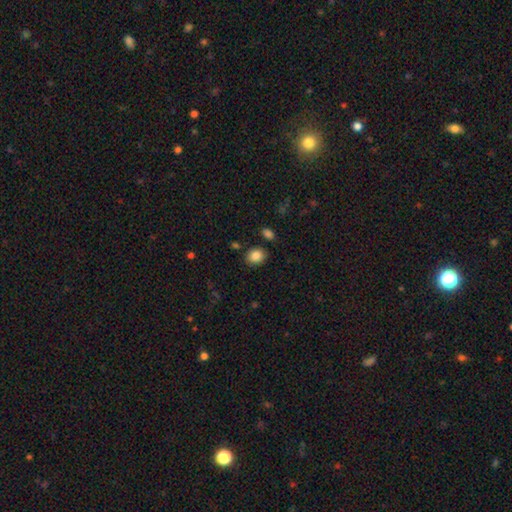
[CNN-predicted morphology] A smooth galaxy with no disk features (86%) that is round (53%).

Vote fractions:
- Smooth or featured? smooth: 86% / star or artifact: 9% / featured or disk: 5%
- How rounded? round: 53% / in between: 46% / cigar-shaped: 1%
- Merging? none: 82% / minor disturbance: 11% / merger: 4% / major disturbance: 3%